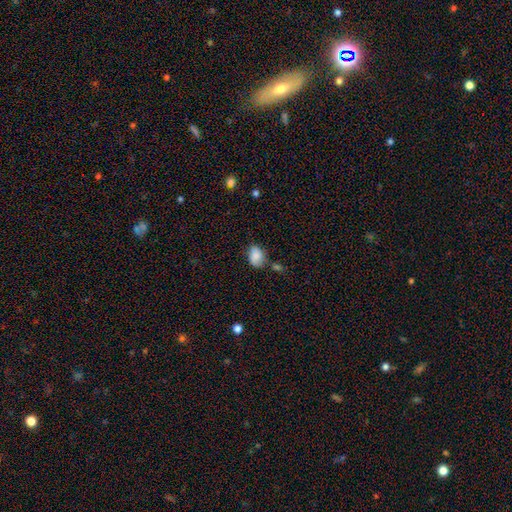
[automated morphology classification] Smooth or featured: smooth — 82% (featured or disk — 10%)
How rounded: in between — 76% (round — 22%)
Merging: none — 60% (minor disturbance — 25%)